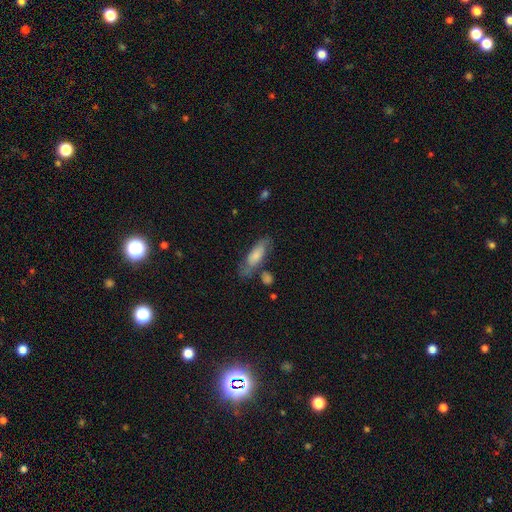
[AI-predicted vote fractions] A smooth galaxy with no disk features (64%) that is in between round and cigar-shaped (63%).

Vote fractions:
- Smooth or featured? smooth: 64% / featured or disk: 29% / star or artifact: 7%
- How rounded? in between: 63% / cigar-shaped: 35% / round: 3%
- Merging? none: 58% / minor disturbance: 23% / major disturbance: 10% / merger: 9%